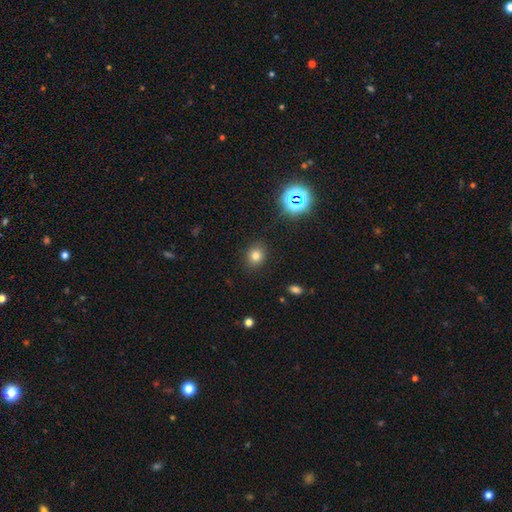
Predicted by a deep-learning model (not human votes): A smooth galaxy with no disk features (76%) that is round (74%).

Vote fractions:
- Smooth or featured? smooth: 76% / star or artifact: 17% / featured or disk: 8%
- How rounded? round: 74% / in between: 25% / cigar-shaped: 1%
- Merging? none: 87% / minor disturbance: 8% / major disturbance: 3% / merger: 1%